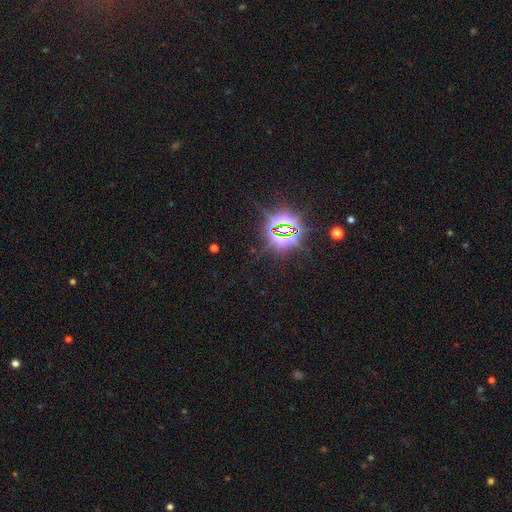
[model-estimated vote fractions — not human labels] Overall: star or artifact (85%).